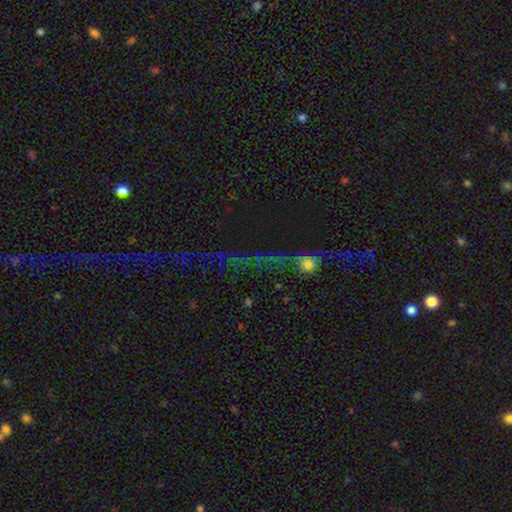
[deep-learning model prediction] A star or artifact, not a galaxy (54%).

Vote fractions:
- Smooth or featured? star or artifact: 54% / featured or disk: 25% / smooth: 22%